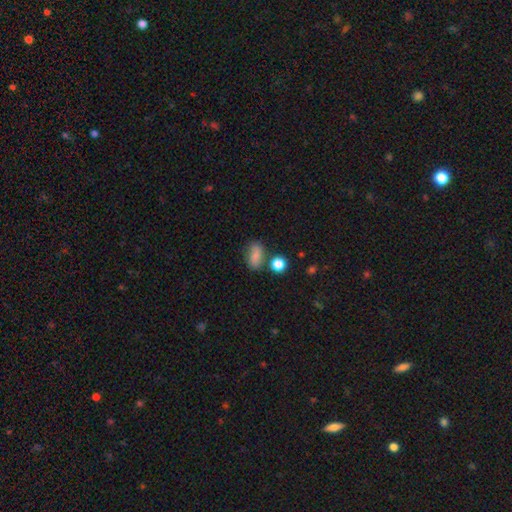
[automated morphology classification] Smooth or featured?
  - smooth: 77% *
  - featured or disk: 12%
  - star or artifact: 11%
How rounded?
  - in between: 79% *
  - round: 16%
  - cigar-shaped: 4%
Merging?
  - none: 65% *
  - minor disturbance: 18%
  - merger: 12%
  - major disturbance: 5%